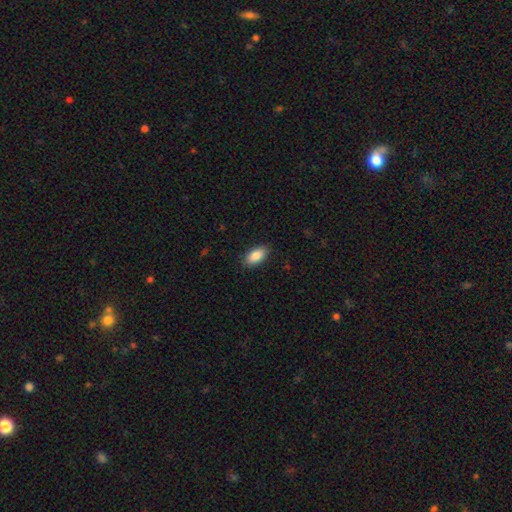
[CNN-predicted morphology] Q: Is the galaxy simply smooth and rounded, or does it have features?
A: smooth — 89%.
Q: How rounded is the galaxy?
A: in between — 93%.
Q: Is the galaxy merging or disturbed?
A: none — 88%.